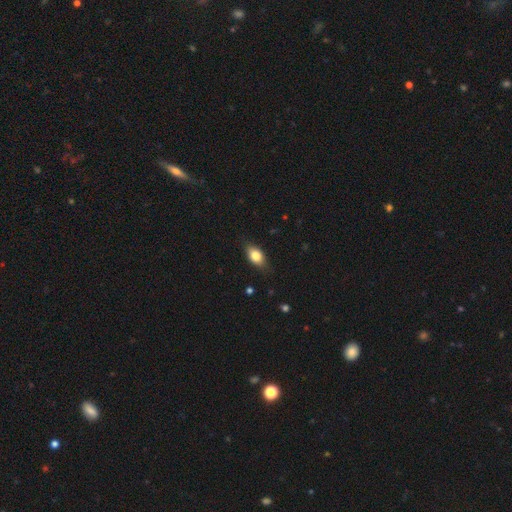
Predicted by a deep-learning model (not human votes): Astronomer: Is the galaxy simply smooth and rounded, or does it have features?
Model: smooth — 78%.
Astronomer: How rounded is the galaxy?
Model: in between — 86%.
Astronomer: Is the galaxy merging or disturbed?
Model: none — 82%.